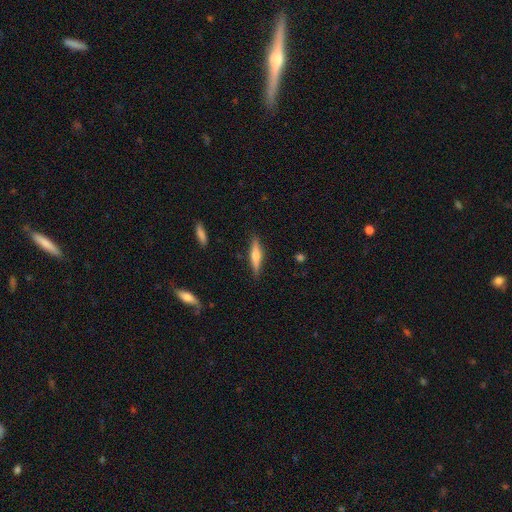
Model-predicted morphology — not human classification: type=featured or disk (52%); edge-on=yes (96%); edge-on bulge=rounded (87%); merging=none (88%).